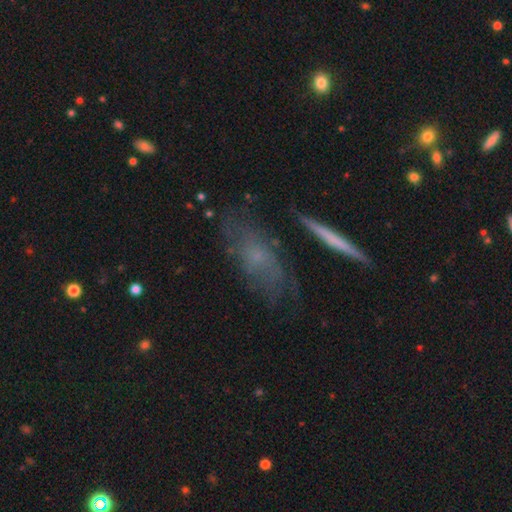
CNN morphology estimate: This appears to be a featured or disk galaxy (50%). Merging: none (66%).